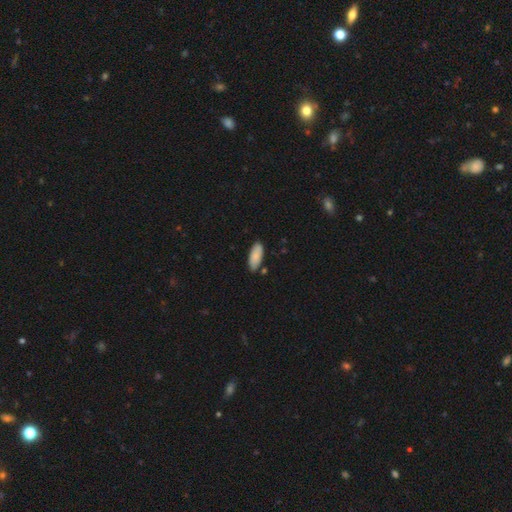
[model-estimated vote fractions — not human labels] smooth 86%, featured or disk 8%, star or artifact 6%. Down the decision tree: how rounded — in between (81%); merging — none (79%).